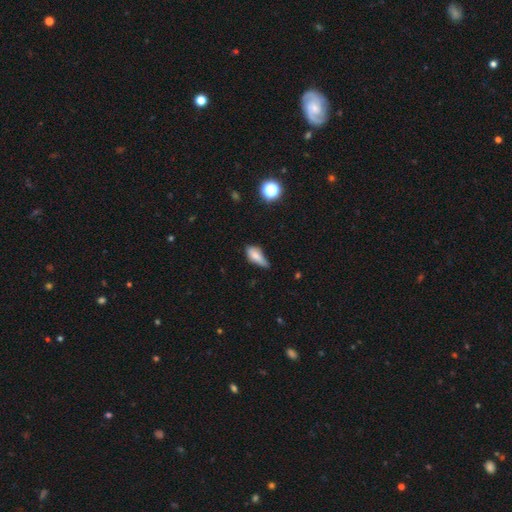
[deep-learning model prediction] smooth-or-featured: smooth: 77% | featured or disk: 14% | star or artifact: 9%
  how-rounded: in between: 78% | cigar-shaped: 18% | round: 4%
  merging: minor disturbance: 49% | none: 34% | major disturbance: 13% | merger: 4%